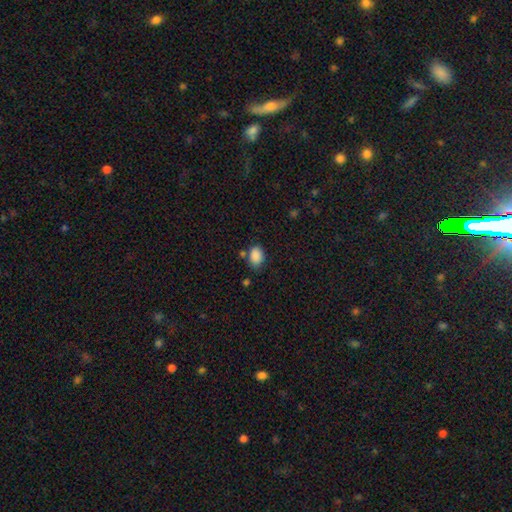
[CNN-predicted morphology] Smooth or featured? smooth (88%)
How rounded? in between (78%)
Merging? none (72%)